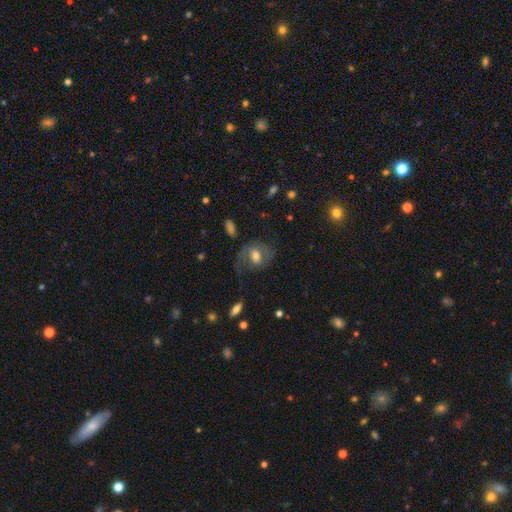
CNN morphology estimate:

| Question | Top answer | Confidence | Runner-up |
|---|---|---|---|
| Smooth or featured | featured or disk | 62% | smooth (28%) |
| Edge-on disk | no | 96% | yes (4%) |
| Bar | weak | 46% | no (34%) |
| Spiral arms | yes | 84% | no (16%) |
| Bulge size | moderate | 62% | small (19%) |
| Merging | none | 57% | major disturbance (23%) |